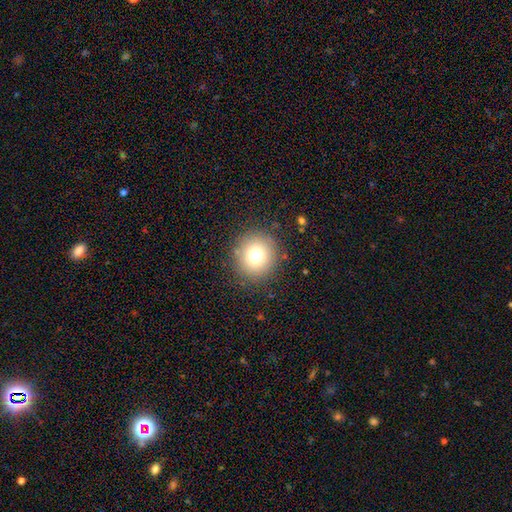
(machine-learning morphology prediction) This appears to be a smooth galaxy with no disk features (75%) that is round (92%). Merging: none (87%).